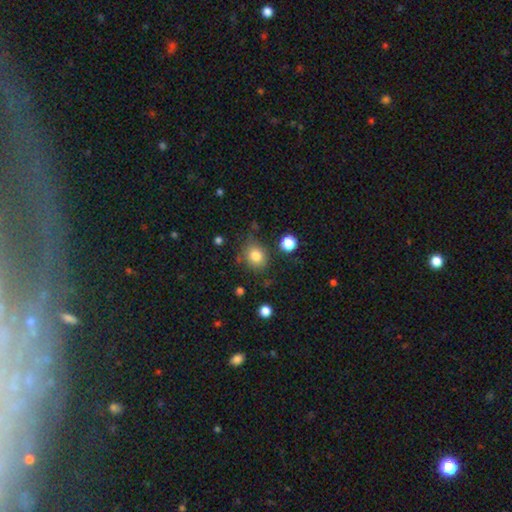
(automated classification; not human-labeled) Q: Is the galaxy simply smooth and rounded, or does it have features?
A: smooth — 81%.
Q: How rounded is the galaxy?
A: round — 70%.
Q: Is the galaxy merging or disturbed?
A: none — 74%.